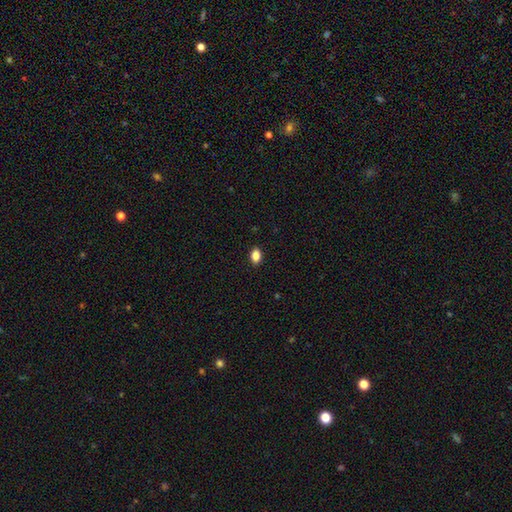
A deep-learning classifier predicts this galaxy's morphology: Smooth or featured? smooth (87%)
How rounded? in between (82%)
Merging? none (90%)